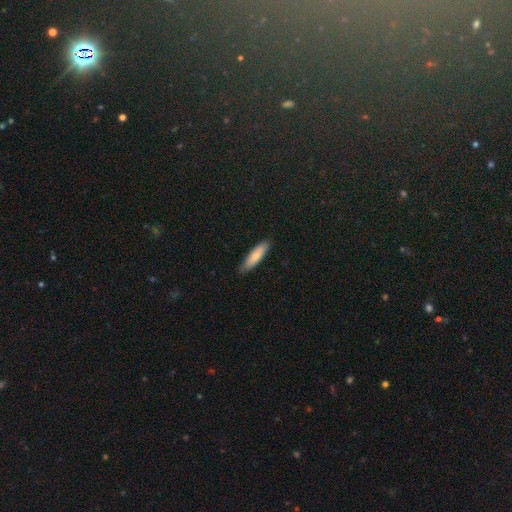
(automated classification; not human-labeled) Smooth or featured: smooth — 77% (featured or disk — 18%)
How rounded: cigar-shaped — 67% (in between — 31%)
Merging: none — 85% (minor disturbance — 12%)